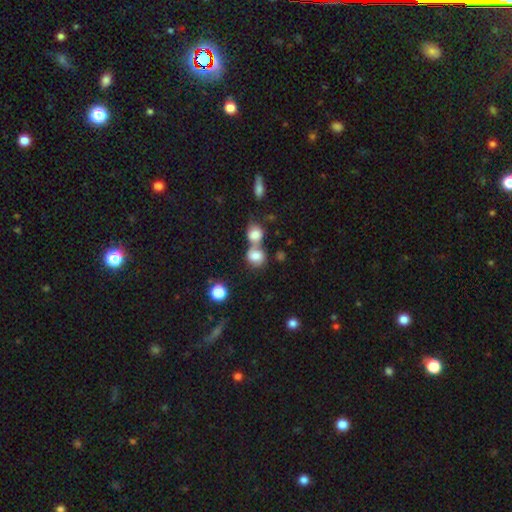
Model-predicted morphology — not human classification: Q: Smooth or featured?
A: smooth (78%); runner-up: featured or disk (12%)
Q: How rounded?
A: round (68%); runner-up: in between (31%)
Q: Merging?
A: merger (58%); runner-up: none (29%)